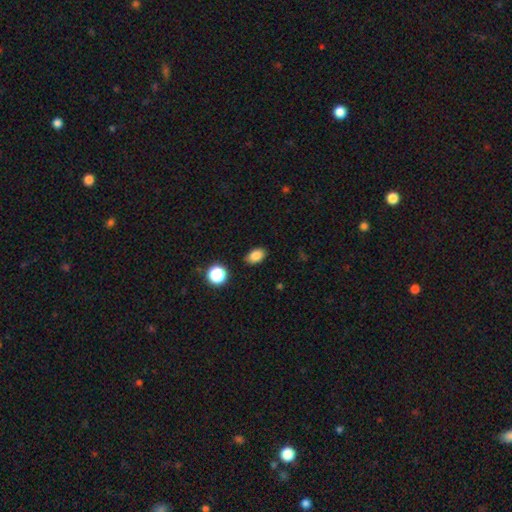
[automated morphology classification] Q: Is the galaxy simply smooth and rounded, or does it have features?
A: smooth — 84%.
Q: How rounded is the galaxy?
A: in between — 83%.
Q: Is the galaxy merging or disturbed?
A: none — 87%.